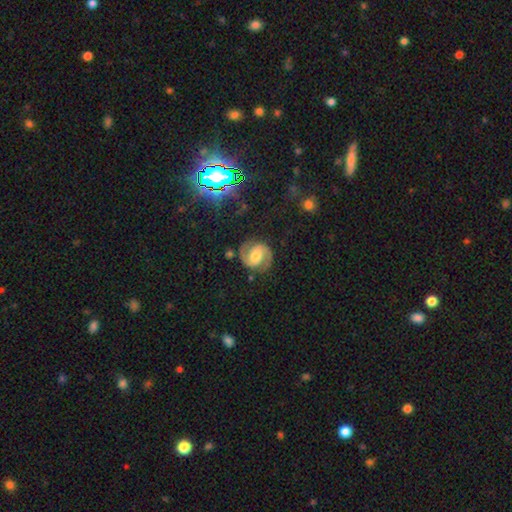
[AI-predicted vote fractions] Smooth or featured? featured or disk (83%)
Edge-on disk? no (98%)
Bar? weak (43%)
Spiral arms? yes (97%)
Spiral winding? medium (52%)
Spiral arm count? 2 (93%)
Bulge size? moderate (59%)
Merging? none (82%)